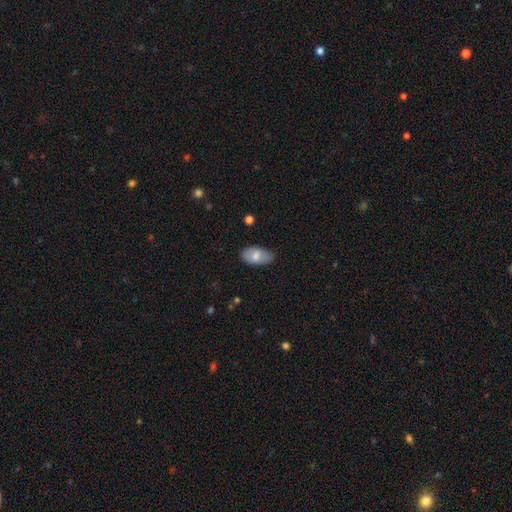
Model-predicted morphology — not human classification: A smooth galaxy with no disk features (76%) that is in between round and cigar-shaped (93%).

Vote fractions:
- Smooth or featured? smooth: 76% / featured or disk: 17% / star or artifact: 7%
- How rounded? in between: 93% / round: 4% / cigar-shaped: 2%
- Merging? none: 64% / minor disturbance: 29% / major disturbance: 5% / merger: 2%